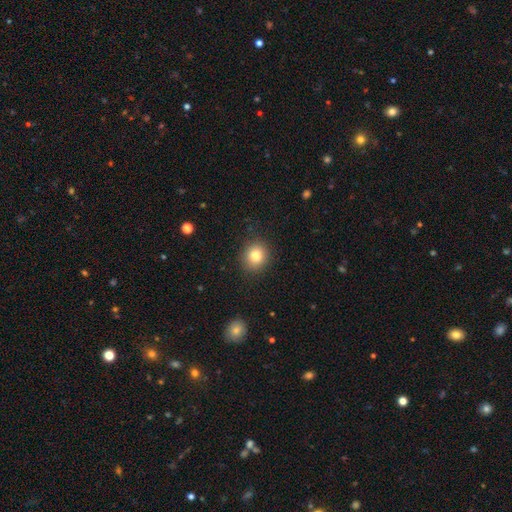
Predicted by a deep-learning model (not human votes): Smooth or featured: smooth — 81% (star or artifact — 11%)
How rounded: round — 83% (in between — 16%)
Merging: none — 89% (minor disturbance — 7%)